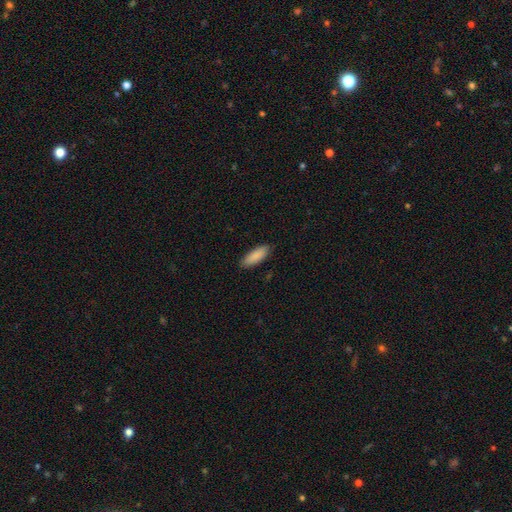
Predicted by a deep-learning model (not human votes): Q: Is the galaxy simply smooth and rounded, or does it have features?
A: smooth — 89%.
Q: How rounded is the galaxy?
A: in between — 64%.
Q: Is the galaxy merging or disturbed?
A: none — 88%.